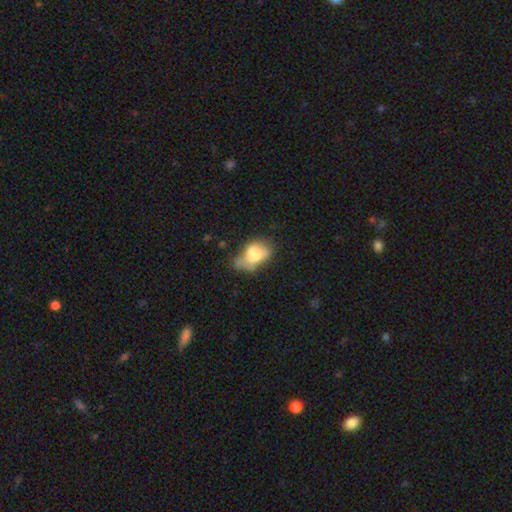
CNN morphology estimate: This appears to be a smooth galaxy with no disk features (55%) that is in between round and cigar-shaped (84%). Merging: merger (33%).